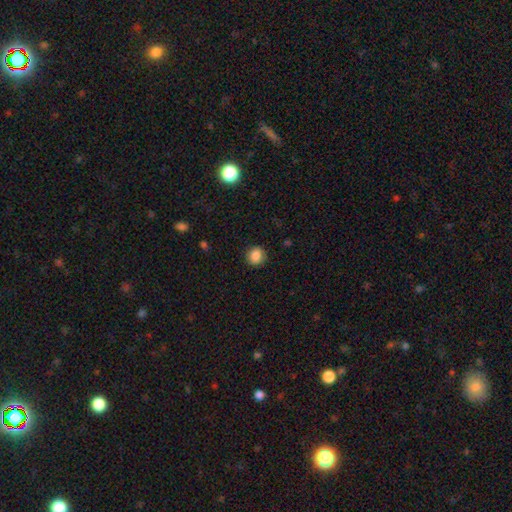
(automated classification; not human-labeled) Smooth or featured? Predicted: smooth (p=0.86). How rounded? Predicted: round (p=0.86). Merging? Predicted: none (p=0.90).